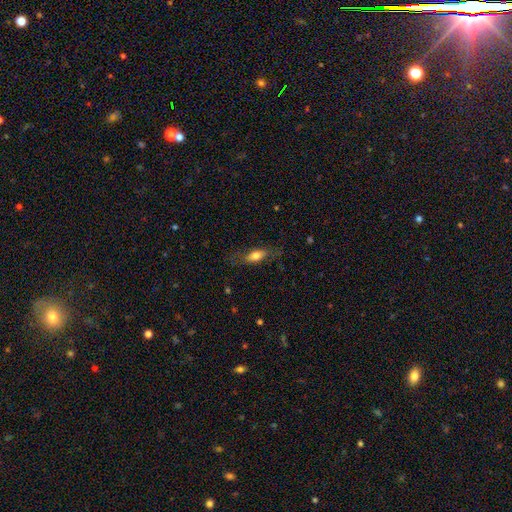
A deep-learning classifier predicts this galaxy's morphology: smooth-or-featured: smooth: 64% | featured or disk: 29% | star or artifact: 7%
  how-rounded: in between: 61% | cigar-shaped: 35% | round: 4%
  merging: none: 70% | minor disturbance: 19% | major disturbance: 9% | merger: 1%